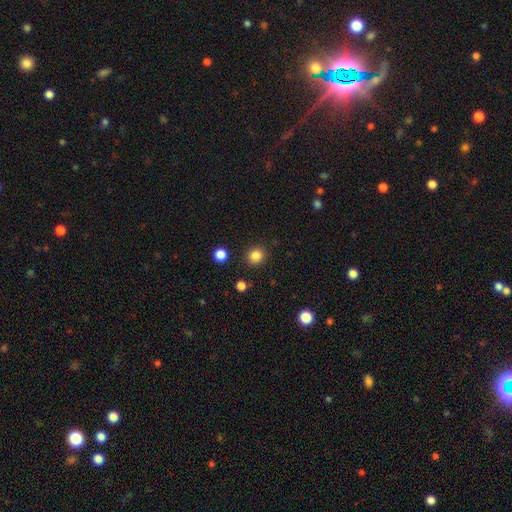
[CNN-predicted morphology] A smooth galaxy with no disk features (85%) that is round (88%).

Vote fractions:
- Smooth or featured? smooth: 85% / star or artifact: 12% / featured or disk: 4%
- How rounded? round: 88% / in between: 11% / cigar-shaped: 1%
- Merging? none: 90% / minor disturbance: 6% / major disturbance: 2% / merger: 2%